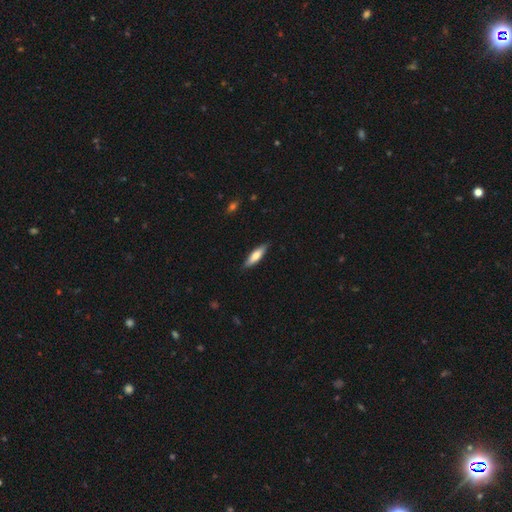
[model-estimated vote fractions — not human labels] Smooth or featured?
  - smooth: 68% *
  - featured or disk: 26%
  - star or artifact: 6%
How rounded?
  - cigar-shaped: 63% *
  - in between: 35%
  - round: 2%
Merging?
  - none: 85% *
  - minor disturbance: 12%
  - major disturbance: 2%
  - merger: 1%